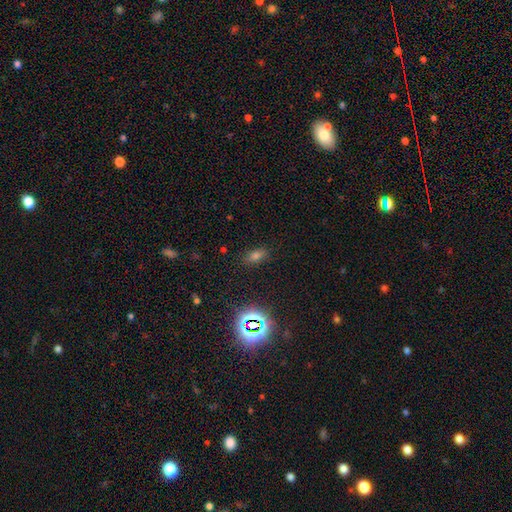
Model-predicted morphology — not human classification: smooth_or_featured: smooth (p=0.61) [alt: star or artifact p=0.29]
how_rounded: in between (p=0.81) [alt: round p=0.12]
merging: none (p=0.84) [alt: minor disturbance p=0.11]